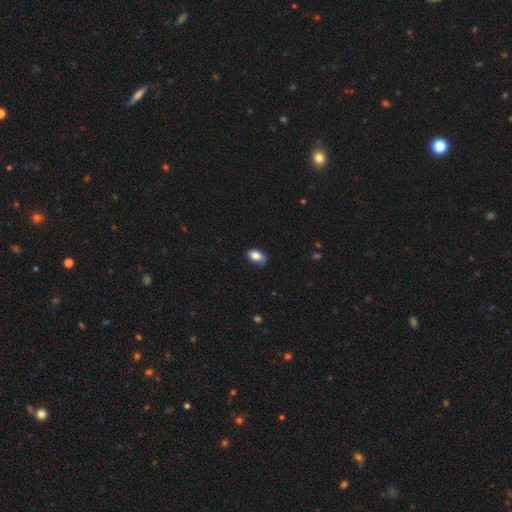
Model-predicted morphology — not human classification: type=smooth (83%); roundness=in between (88%); merging=none (64%).